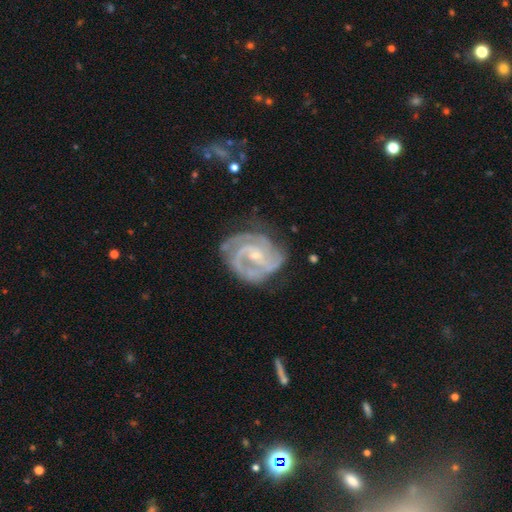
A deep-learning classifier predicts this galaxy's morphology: Smooth or featured? Predicted: featured or disk (p=0.90). Edge-on disk? Predicted: no (p=0.98). Bar? Predicted: no (p=0.46). Spiral arms? Predicted: yes (p=0.97). Spiral winding? Predicted: tight (p=0.55). Spiral arm count? Predicted: 2 (p=0.37). Bulge size? Predicted: small (p=0.72). Merging? Predicted: none (p=0.62).